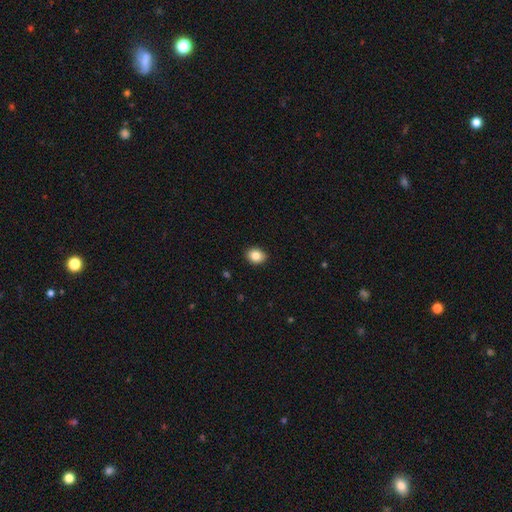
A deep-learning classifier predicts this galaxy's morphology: Smooth or featured? smooth (85%)
How rounded? round (50%)
Merging? none (89%)